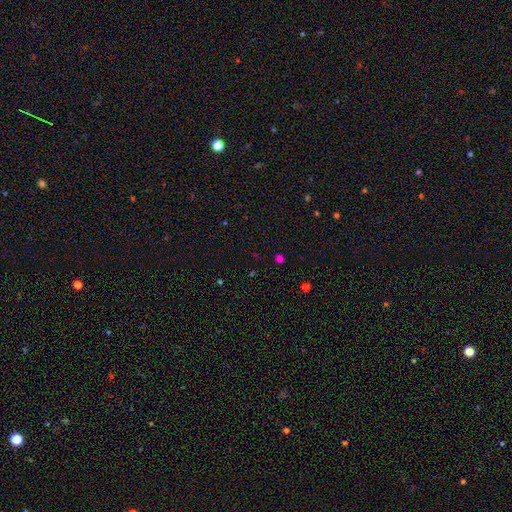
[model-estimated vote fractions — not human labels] A star or artifact, not a galaxy (51%).